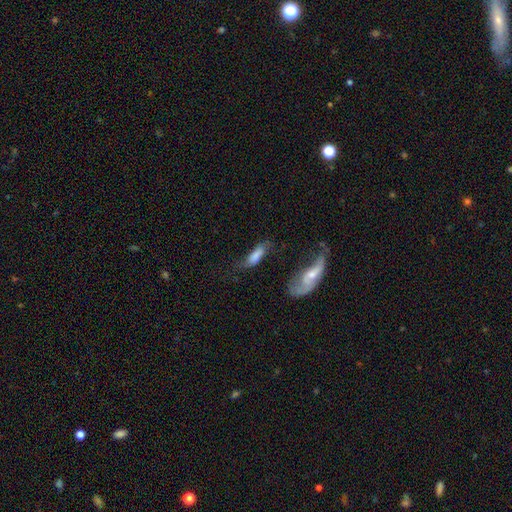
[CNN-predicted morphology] This appears to be a smooth galaxy with no disk features (68%) that is in between round and cigar-shaped (53%). Merging: none (42%).